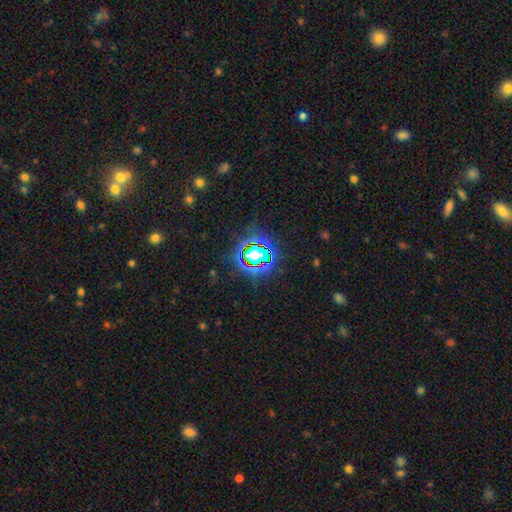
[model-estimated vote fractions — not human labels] Morphology: type=star or artifact (70%).